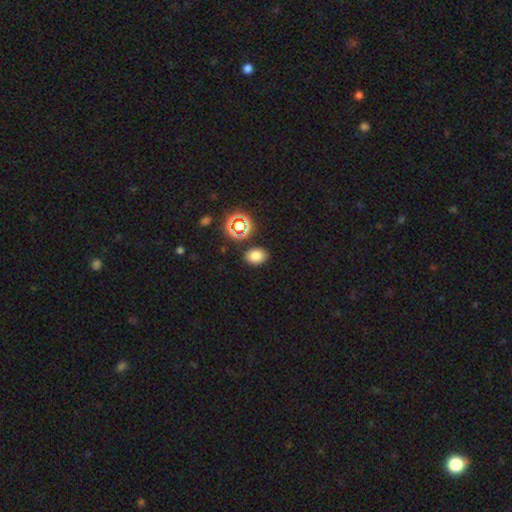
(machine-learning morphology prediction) smooth-or-featured: smooth: 76% | star or artifact: 17% | featured or disk: 7%
  how-rounded: in between: 65% | round: 34% | cigar-shaped: 1%
  merging: none: 85% | minor disturbance: 9% | merger: 3% | major disturbance: 3%